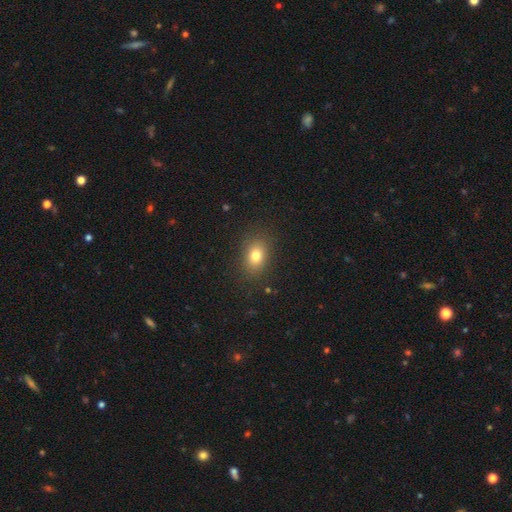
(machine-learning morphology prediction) This appears to be a smooth galaxy with no disk features (79%) that is in between round and cigar-shaped (72%). Merging: none (86%).